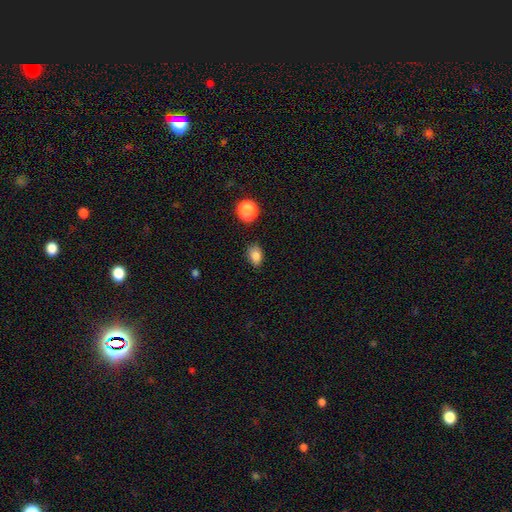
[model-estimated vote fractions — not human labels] Overall: smooth (84%). How rounded: in between (77%). Merging: none (79%).